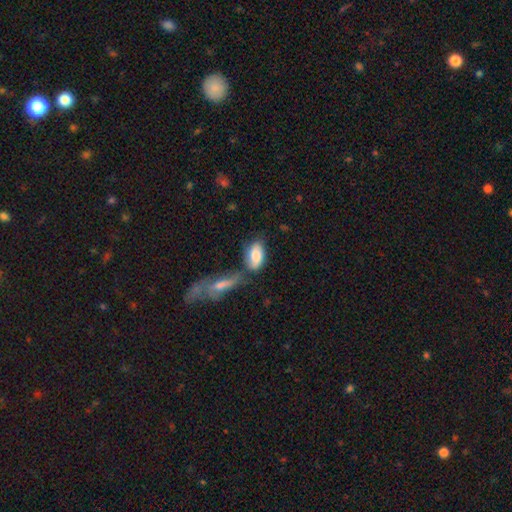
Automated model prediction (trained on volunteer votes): smooth 75%, featured or disk 18%, star or artifact 6%. Down the decision tree: how rounded — in between (91%); merging — none (38%).